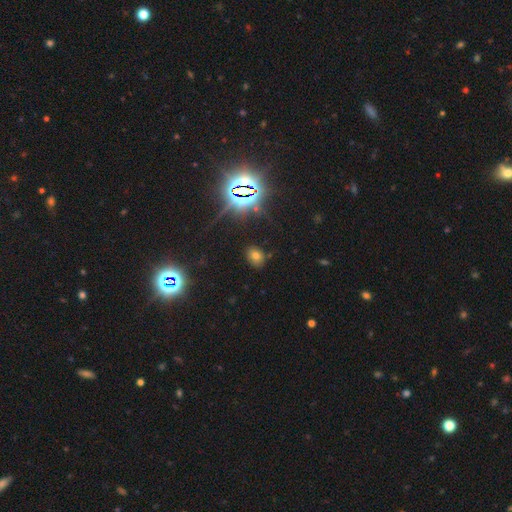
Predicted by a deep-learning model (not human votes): Smooth or featured: smooth — 60% (star or artifact — 31%)
How rounded: in between — 63% (round — 35%)
Merging: none — 84% (minor disturbance — 11%)